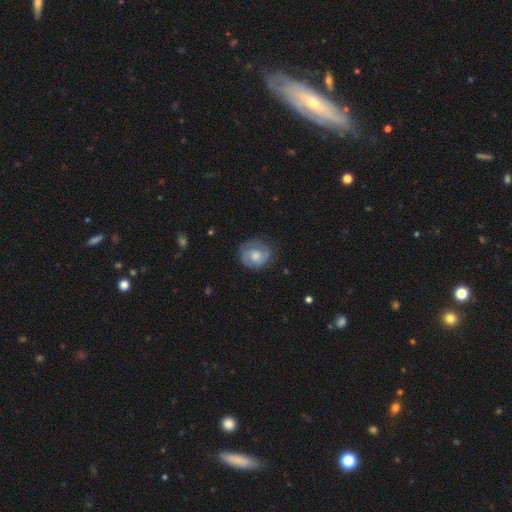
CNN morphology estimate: This is possibly a featured or disk galaxy (52%). It is clearly not viewed edge-on (97%). Bar: likely no (70%). Spiral arm pattern: likely yes (78%). Central bulge: possibly moderate (58%). Merging: likely none (71%).